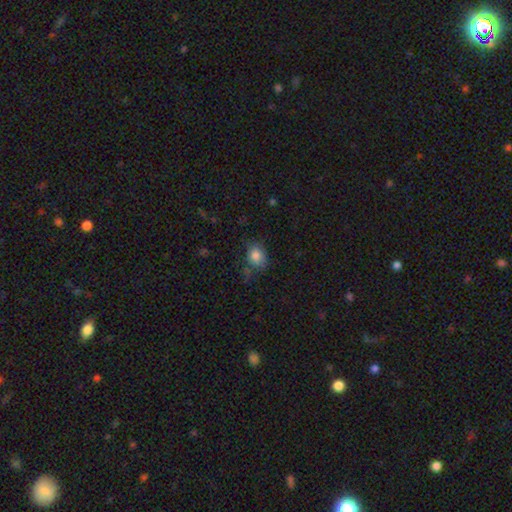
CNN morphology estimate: type=smooth (82%); roundness=round (51%); merging=none (63%).